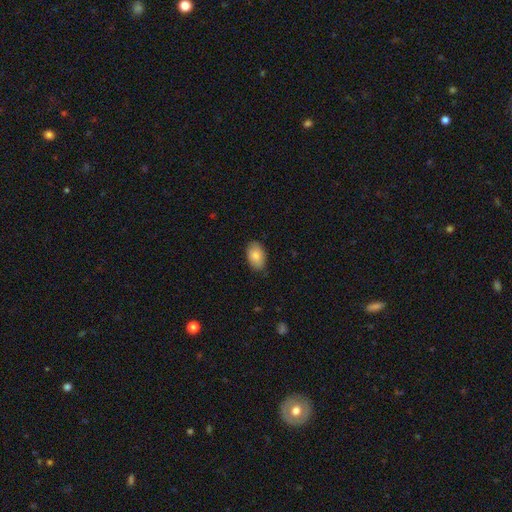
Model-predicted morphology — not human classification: Smooth or featured? smooth (84%)
How rounded? in between (92%)
Merging? none (82%)